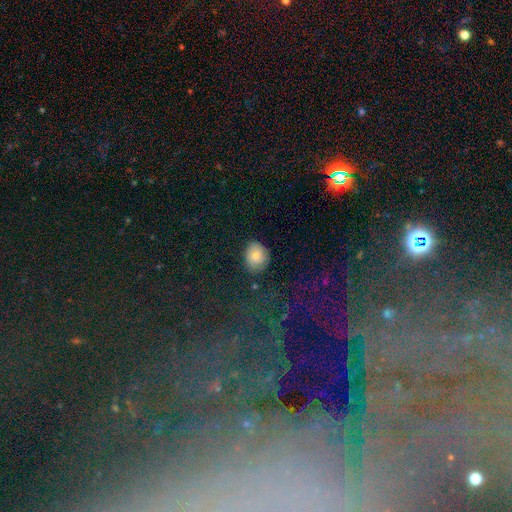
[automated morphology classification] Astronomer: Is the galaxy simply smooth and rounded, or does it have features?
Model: smooth — 79%.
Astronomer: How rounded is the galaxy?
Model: round — 54% (runner-up: in between, 45%).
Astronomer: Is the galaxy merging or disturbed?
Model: none — 77%.